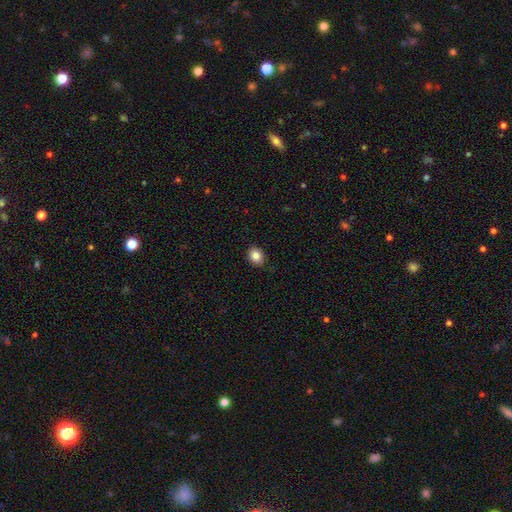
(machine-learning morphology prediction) Smooth or featured: smooth — 85% (star or artifact — 9%)
How rounded: in between — 52% (round — 48%)
Merging: none — 89% (minor disturbance — 8%)